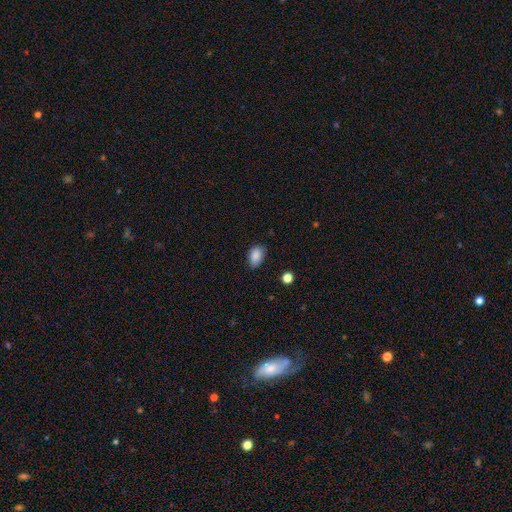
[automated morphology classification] type=smooth (87%); roundness=in between (86%); merging=none (77%).